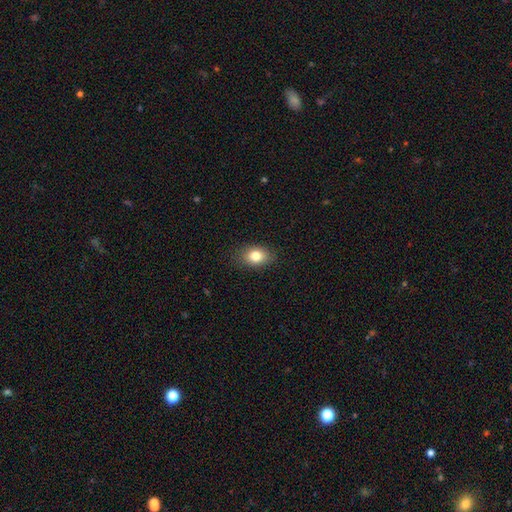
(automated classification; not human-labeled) The model was most divided on "how rounded": in between: 74%, round: 24%, cigar-shaped: 1%. More confident: merging — none (85%); smooth or featured — smooth (81%).